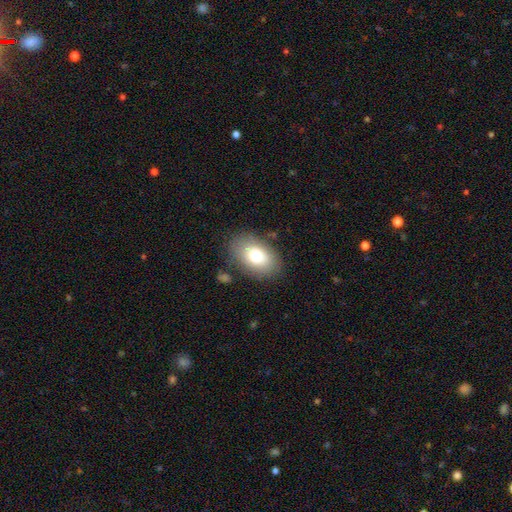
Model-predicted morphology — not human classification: This appears to be a smooth galaxy with no disk features (74%) that is in between round and cigar-shaped (86%). Merging: none (81%).